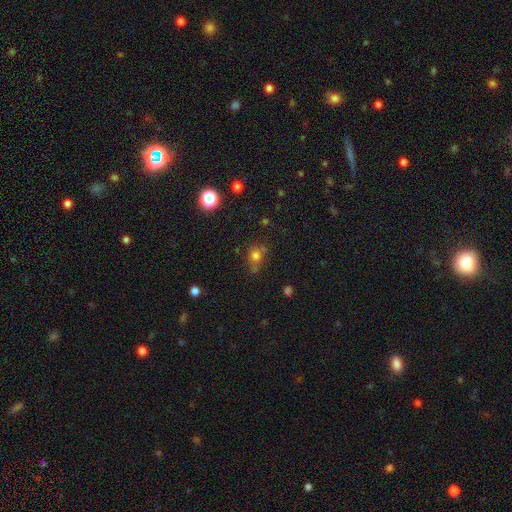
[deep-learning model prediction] This is likely a smooth galaxy (72%). How rounded: likely round (77%). Merging: possibly none (59%).